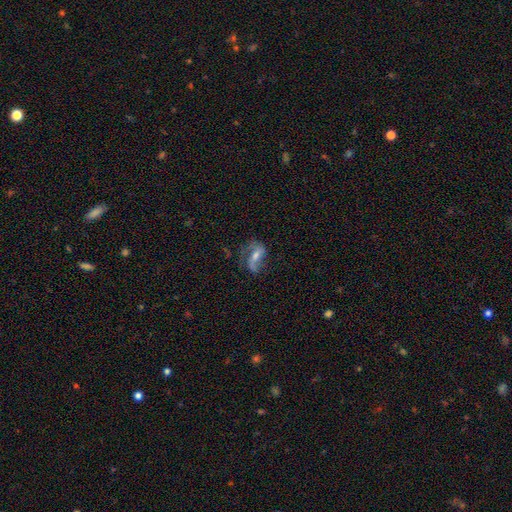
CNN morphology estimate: Q: Smooth or featured?
A: featured or disk (65%); runner-up: smooth (26%)
Q: Edge-on disk?
A: no (95%); runner-up: yes (5%)
Q: Bar?
A: weak (40%); runner-up: no (35%)
Q: Spiral arms?
A: yes (83%); runner-up: no (17%)
Q: Spiral winding?
A: loose (54%); runner-up: medium (34%)
Q: Spiral arm count?
A: 2 (69%); runner-up: 1 (20%)
Q: Bulge size?
A: moderate (53%); runner-up: small (32%)
Q: Merging?
A: none (45%); runner-up: major disturbance (29%)